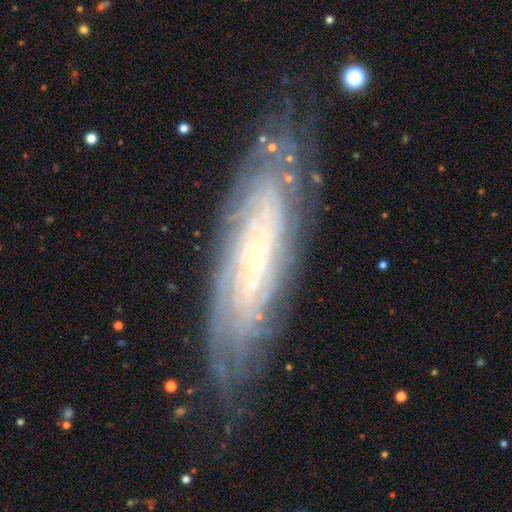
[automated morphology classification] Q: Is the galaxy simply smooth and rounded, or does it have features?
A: featured or disk — 78%.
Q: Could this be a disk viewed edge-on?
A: no — 77%.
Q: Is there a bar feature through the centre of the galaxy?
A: no — 72%.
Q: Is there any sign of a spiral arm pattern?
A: yes — 92%.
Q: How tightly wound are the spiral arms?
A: tight — 80%.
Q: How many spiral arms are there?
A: can't tell — 59%.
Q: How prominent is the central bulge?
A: small — 83%.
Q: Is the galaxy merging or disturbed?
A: none — 76%.